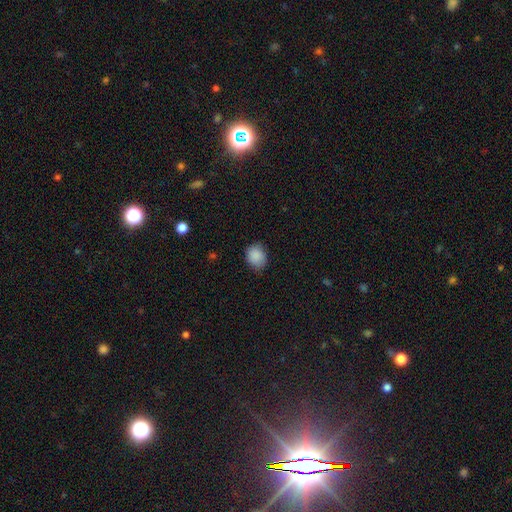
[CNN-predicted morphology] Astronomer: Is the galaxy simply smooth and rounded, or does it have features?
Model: smooth — 88%.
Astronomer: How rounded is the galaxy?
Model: round — 59% (runner-up: in between, 40%).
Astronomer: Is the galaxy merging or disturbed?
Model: none — 76%.